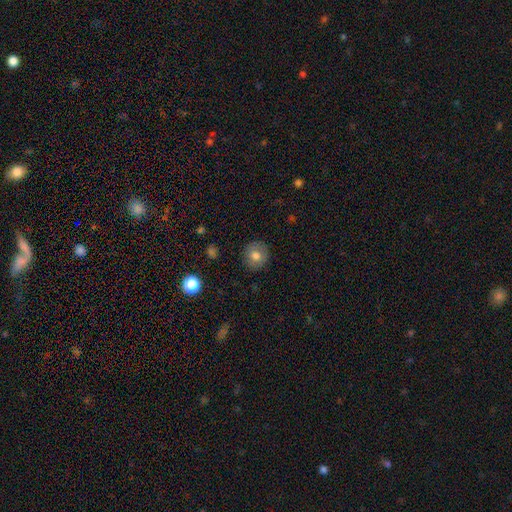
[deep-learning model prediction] The model was most divided on "smooth or featured": smooth: 76%, featured or disk: 15%, star or artifact: 9%. More confident: merging — none (87%); how rounded — round (87%).